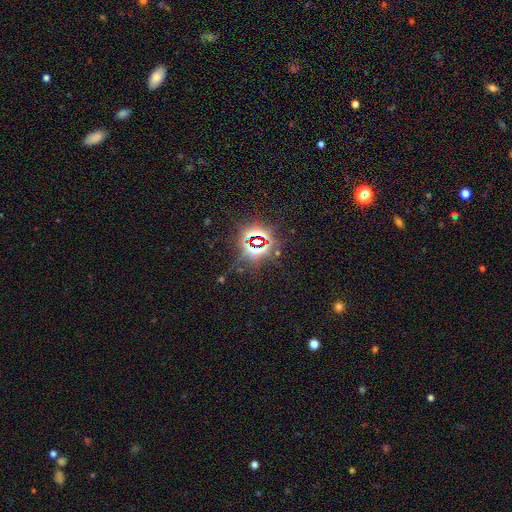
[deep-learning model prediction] Q: Smooth or featured?
A: star or artifact (84%); runner-up: smooth (10%)